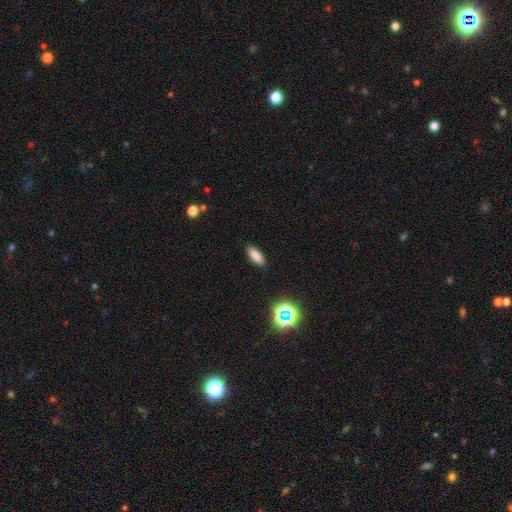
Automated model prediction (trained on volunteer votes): This is clearly a smooth galaxy (82%). How rounded: likely in between (74%). Merging: clearly none (89%).